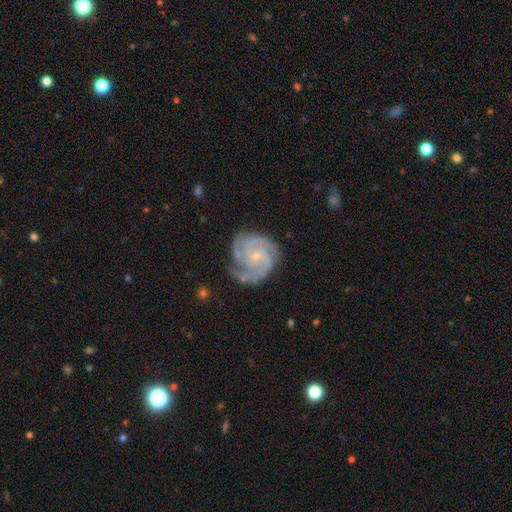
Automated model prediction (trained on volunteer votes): A featured or disk galaxy (90%) with no bar (74%), 3 (47%) tight (64%) spiral arms (98%) and a small central bulge (80%).

Vote fractions:
- Smooth or featured? featured or disk: 90% / smooth: 5% / star or artifact: 5%
- Edge-on disk? no: 98% / yes: 2%
- Bar? no: 74% / weak: 22% / strong: 5%
- Spiral arms? yes: 98% / no: 2%
- Spiral winding? tight: 64% / medium: 31% / loose: 4%
- Spiral arm count? 3: 47% / 4: 20% / 2: 11% / can't tell: 10% / more than 4: 6% / 1: 5%
- Bulge size? small: 80% / moderate: 15% / none: 3% / large: 1% / dominant: 1%
- Merging? none: 72% / minor disturbance: 20% / major disturbance: 7% / merger: 2%